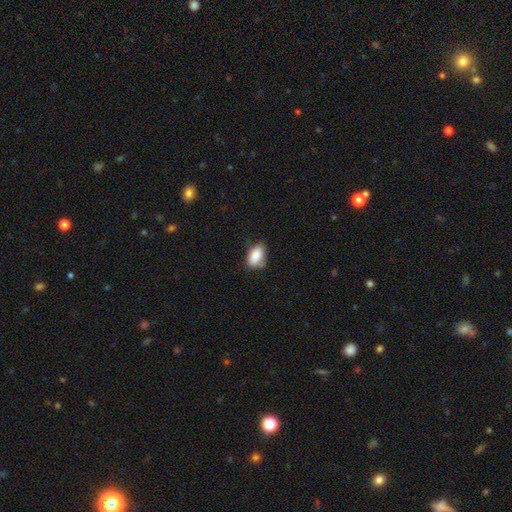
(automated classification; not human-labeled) Smooth or featured? smooth (86%)
How rounded? in between (92%)
Merging? none (59%)